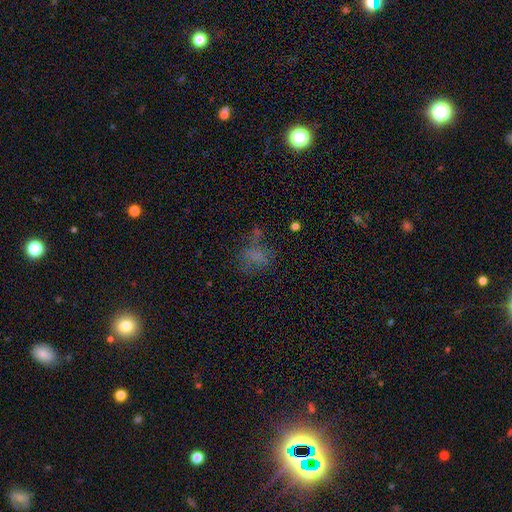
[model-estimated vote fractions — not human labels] Overall: smooth (57%; star or artifact 23%). How rounded: in between (60%; round 38%). Merging: none (45%; major disturbance 24%).